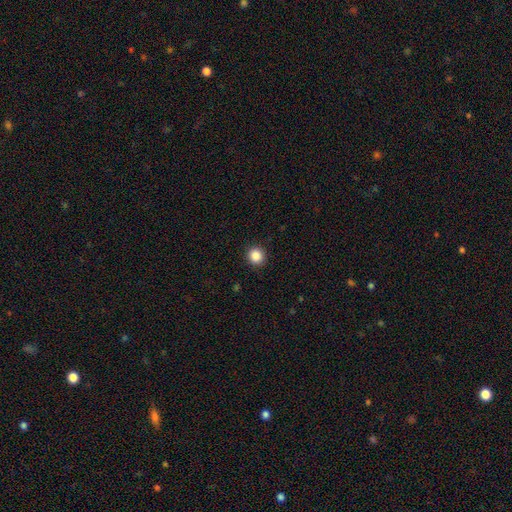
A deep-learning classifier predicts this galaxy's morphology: Smooth or featured? smooth (87%)
How rounded? round (91%)
Merging? none (92%)